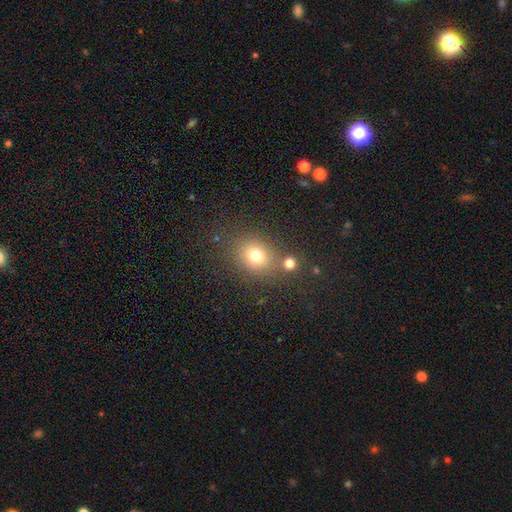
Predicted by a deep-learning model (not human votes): A smooth galaxy with no disk features (73%) that is round (58%). Merging: none (67%).